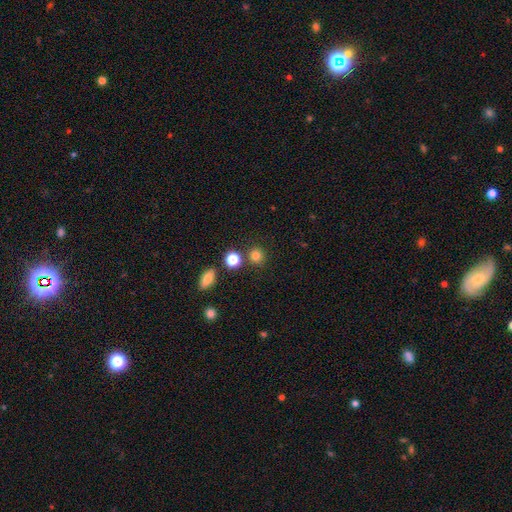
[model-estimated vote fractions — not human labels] Overall: smooth (80%). How rounded: round (89%). Merging: none (81%).